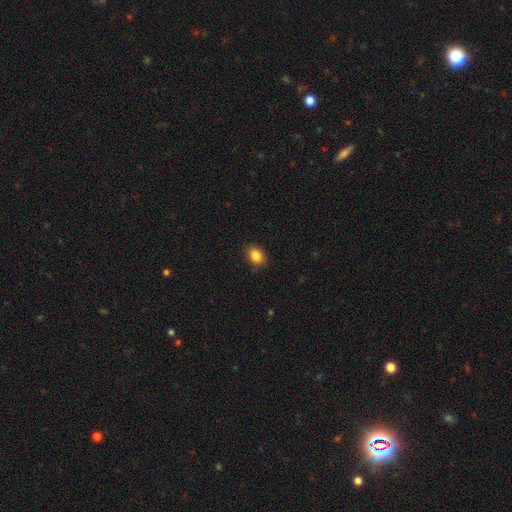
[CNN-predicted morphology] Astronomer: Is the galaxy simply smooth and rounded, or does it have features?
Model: smooth — 86%.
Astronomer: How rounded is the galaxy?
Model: in between — 77%.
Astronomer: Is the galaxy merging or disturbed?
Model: none — 87%.